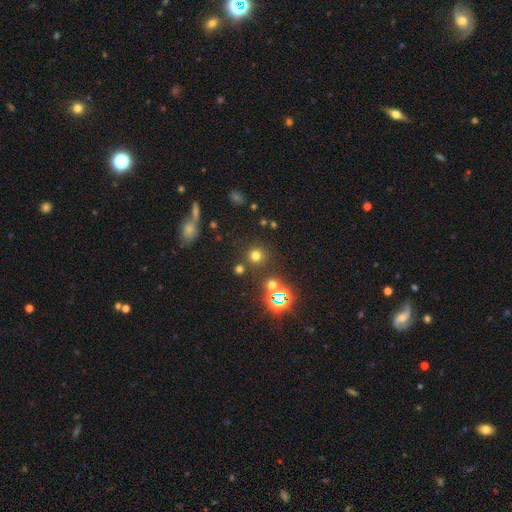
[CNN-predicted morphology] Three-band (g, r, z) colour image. It shows a smooth galaxy with no disk features (65%) that is round (92%). Merging: none (82%).